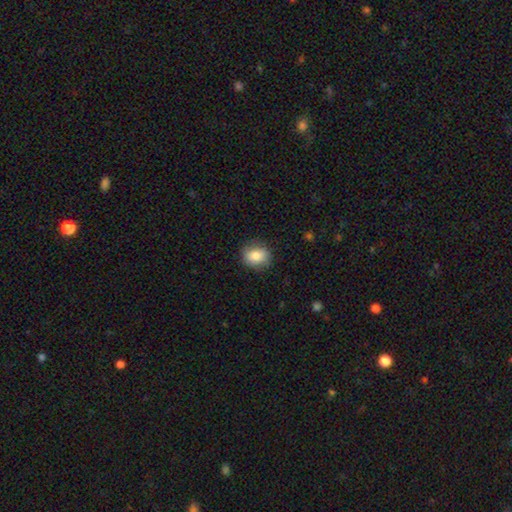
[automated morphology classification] smooth 83%, featured or disk 9%, star or artifact 8%. Down the decision tree: how rounded — round (61%); merging — none (84%).